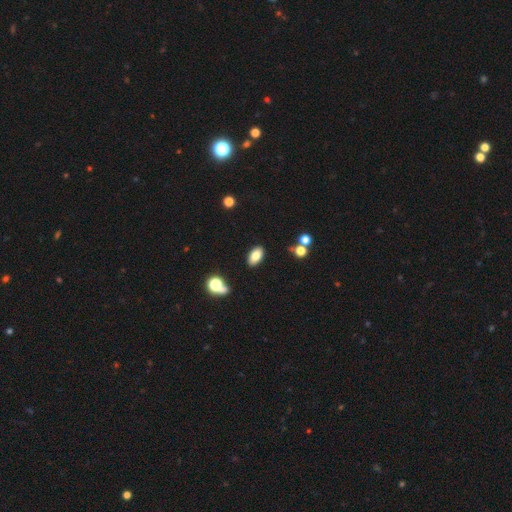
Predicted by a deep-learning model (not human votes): Smooth or featured: smooth — 78% (featured or disk — 12%)
How rounded: in between — 92% (round — 6%)
Merging: none — 85% (minor disturbance — 9%)